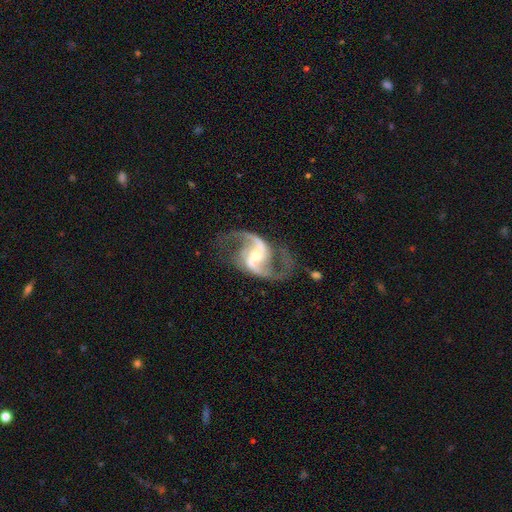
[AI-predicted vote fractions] Q: Smooth or featured?
A: featured or disk (93%); runner-up: star or artifact (4%)
Q: Edge-on disk?
A: no (98%); runner-up: yes (2%)
Q: Bar?
A: strong (41%); runner-up: weak (40%)
Q: Spiral arms?
A: yes (98%); runner-up: no (2%)
Q: Spiral winding?
A: loose (51%); runner-up: medium (43%)
Q: Spiral arm count?
A: 2 (94%); runner-up: can't tell (1%)
Q: Bulge size?
A: small (47%); runner-up: moderate (44%)
Q: Merging?
A: none (74%); runner-up: minor disturbance (13%)